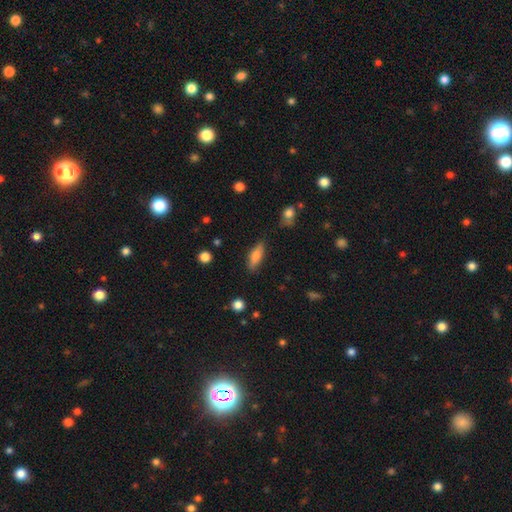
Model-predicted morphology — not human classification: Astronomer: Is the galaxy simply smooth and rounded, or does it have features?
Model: smooth — 72%.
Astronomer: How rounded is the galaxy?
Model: in between — 56% (runner-up: cigar-shaped, 41%).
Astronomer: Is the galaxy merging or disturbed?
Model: none — 79%.